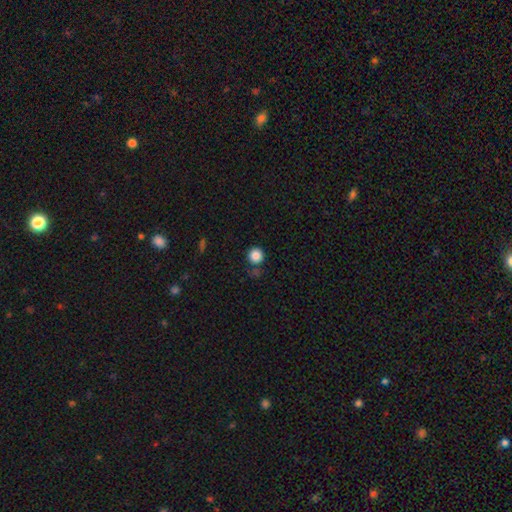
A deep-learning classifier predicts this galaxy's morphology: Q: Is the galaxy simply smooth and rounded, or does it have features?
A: smooth — 86%.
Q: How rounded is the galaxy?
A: round — 95%.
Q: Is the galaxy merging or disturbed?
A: none — 82%.